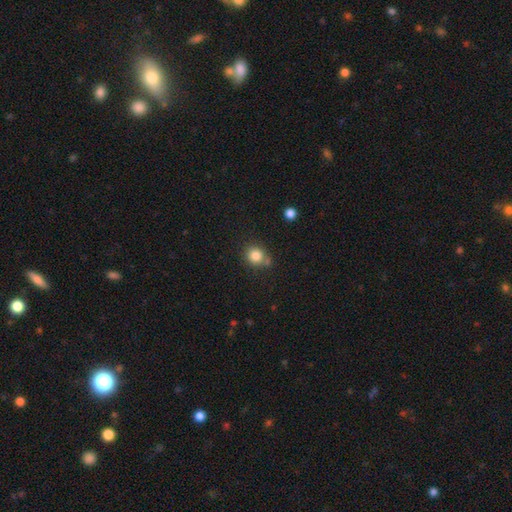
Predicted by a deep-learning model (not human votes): This appears to be a smooth galaxy with no disk features (83%) that is round (84%). Merging: none (71%).